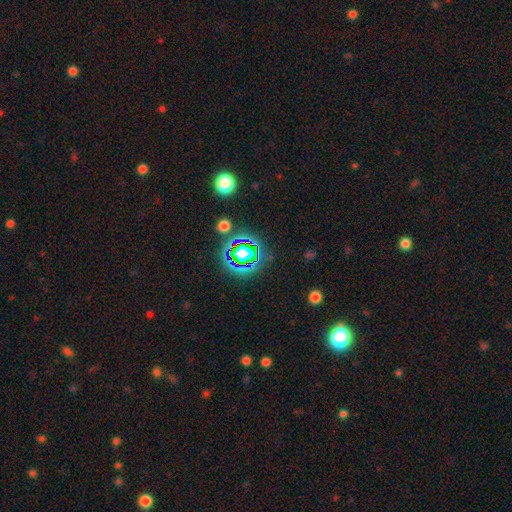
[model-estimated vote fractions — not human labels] This is likely a star or artifact rather than a galaxy (76%).